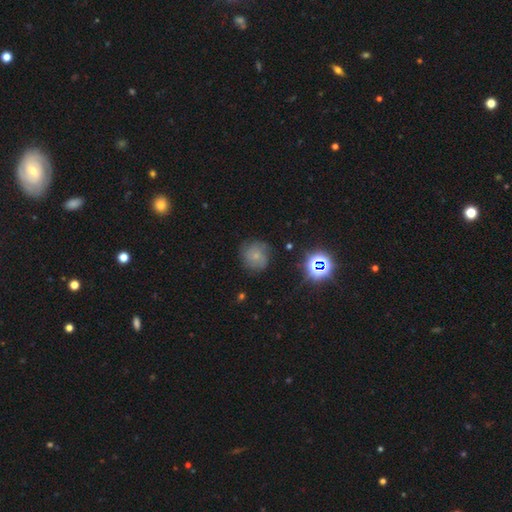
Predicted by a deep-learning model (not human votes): A smooth galaxy with no disk features (56%) that is round (89%). Merging: none (72%).